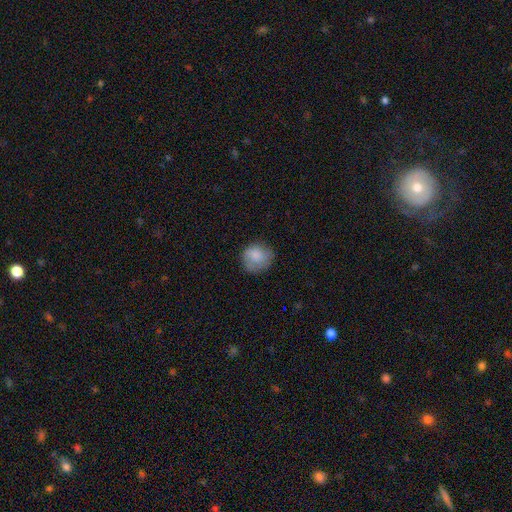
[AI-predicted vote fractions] A smooth galaxy with no disk features (82%) that is round (85%). Merging: none (71%).